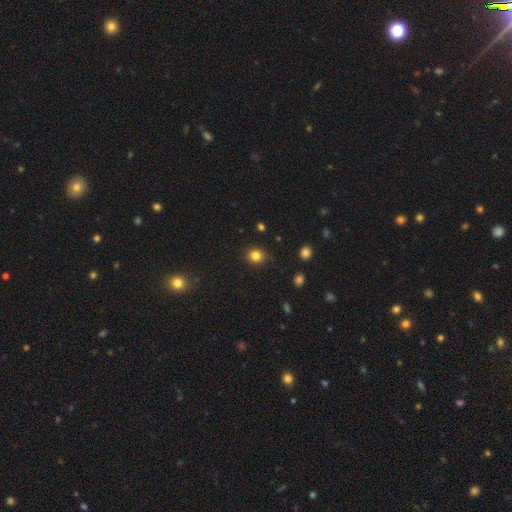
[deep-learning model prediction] Smooth or featured: smooth — 83% (star or artifact — 12%)
How rounded: round — 85% (in between — 14%)
Merging: none — 90% (minor disturbance — 7%)